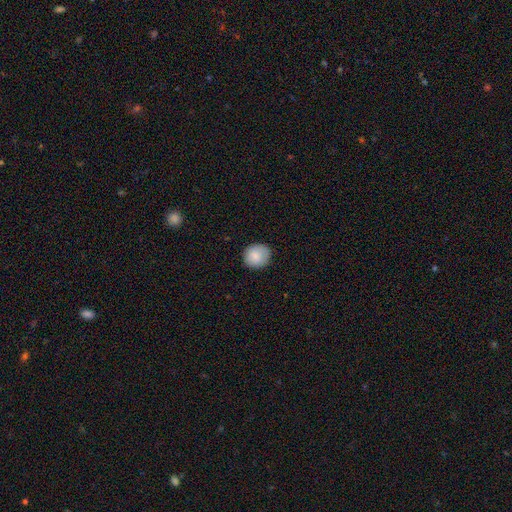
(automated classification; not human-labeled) Smooth or featured? Predicted: smooth (p=0.86). How rounded? Predicted: round (p=0.80). Merging? Predicted: none (p=0.85).